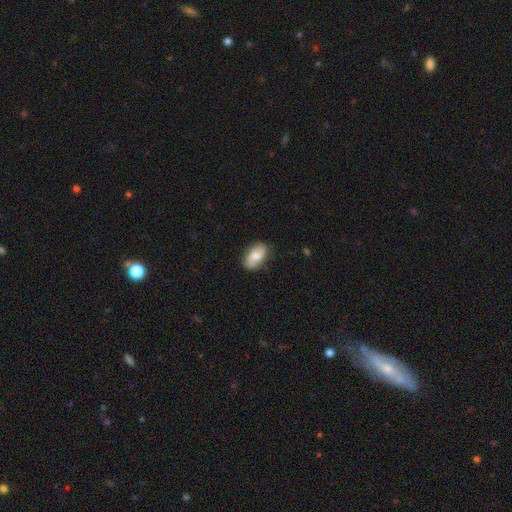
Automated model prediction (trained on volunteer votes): This is possibly a smooth galaxy (59%). How rounded: clearly in between (90%). Merging: likely none (76%).